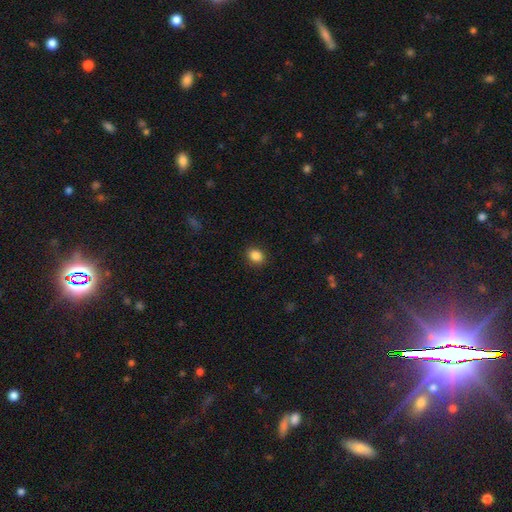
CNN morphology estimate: The model was most divided on "how rounded": in between: 51%, round: 48%, cigar-shaped: 1%. More confident: merging — none (89%); smooth or featured — smooth (87%).